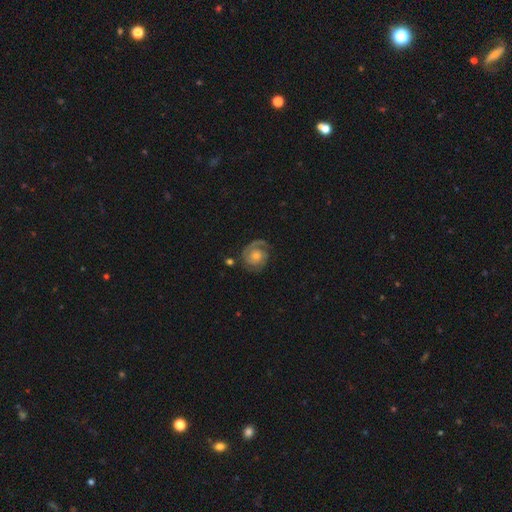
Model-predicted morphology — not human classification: smooth_or_featured: featured or disk (p=0.82) [alt: smooth p=0.12]
disk_edge_on: no (p=0.98) [alt: yes p=0.02]
bar: no (p=0.73) [alt: weak p=0.23]
has_spiral_arms: yes (p=0.97) [alt: no p=0.03]
spiral_winding: tight (p=0.61) [alt: medium p=0.31]
spiral_arm_count: 2 (p=0.70) [alt: 1 p=0.16]
bulge_size: moderate (p=0.49) [alt: small p=0.38]
merging: none (p=0.76) [alt: minor disturbance p=0.15]